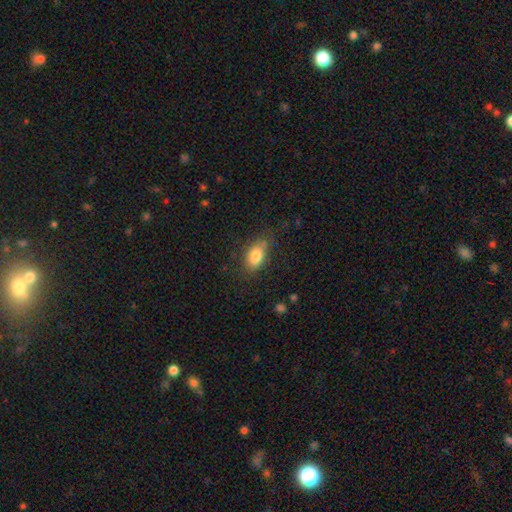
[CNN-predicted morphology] This is clearly a smooth galaxy (81%). How rounded: clearly in between (87%). Merging: likely none (71%).